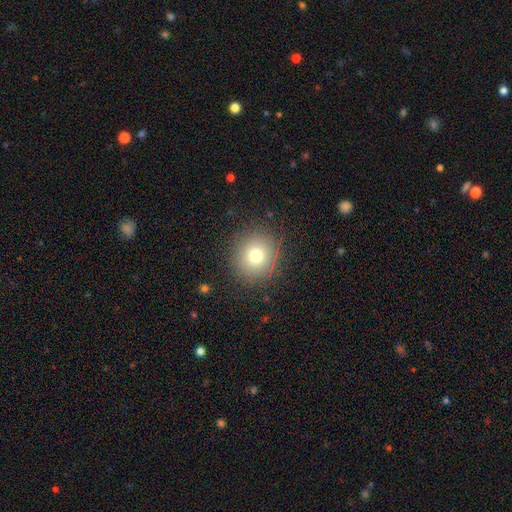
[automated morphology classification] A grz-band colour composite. It shows a smooth galaxy with no disk features (73%) that is round (91%). Merging: none (88%).